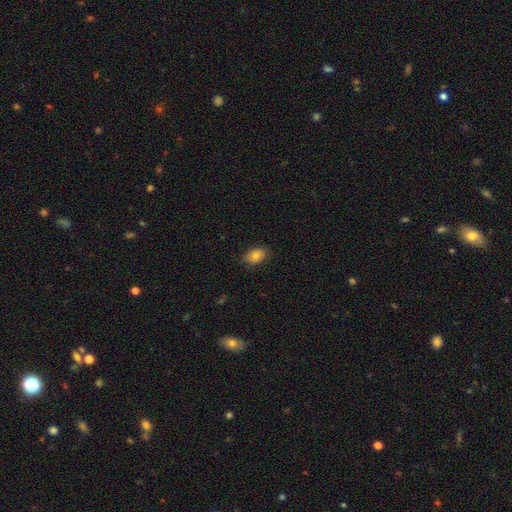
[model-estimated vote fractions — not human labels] A smooth galaxy with no disk features (79%) that is in between round and cigar-shaped (82%). Merging: none (84%).